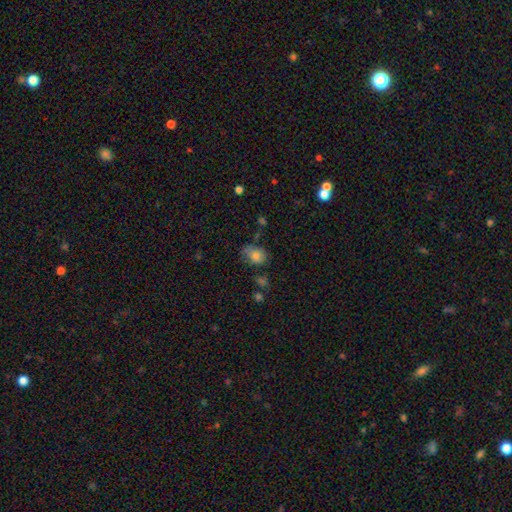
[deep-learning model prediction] smooth 80%, star or artifact 10%, featured or disk 10%. Down the decision tree: how rounded — in between (58%); merging — none (57%).